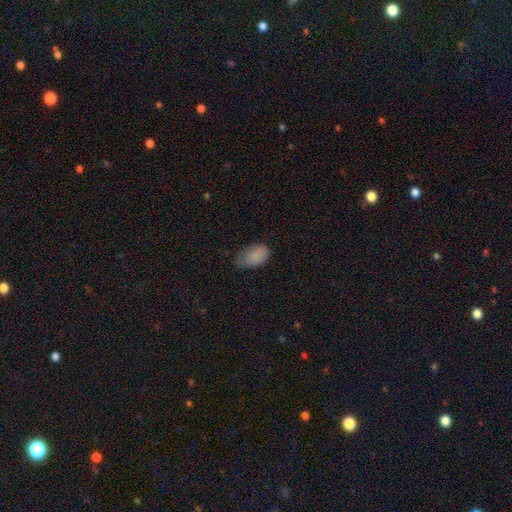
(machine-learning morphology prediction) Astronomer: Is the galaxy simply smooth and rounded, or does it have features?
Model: smooth — 86%.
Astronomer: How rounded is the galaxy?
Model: in between — 92%.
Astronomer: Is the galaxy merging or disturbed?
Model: none — 50% (runner-up: minor disturbance, 39%).